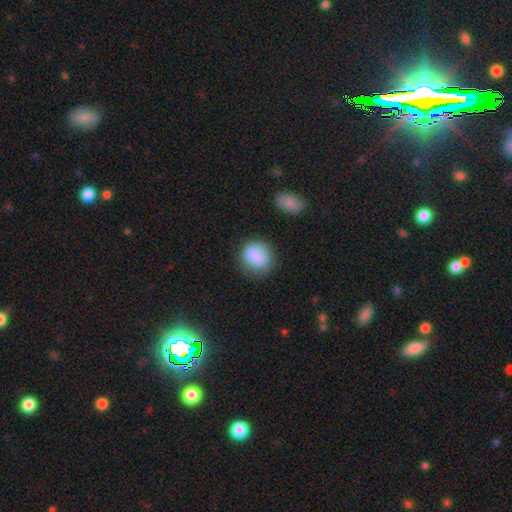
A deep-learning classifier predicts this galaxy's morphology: type=smooth (86%); roundness=round (75%); merging=none (72%).